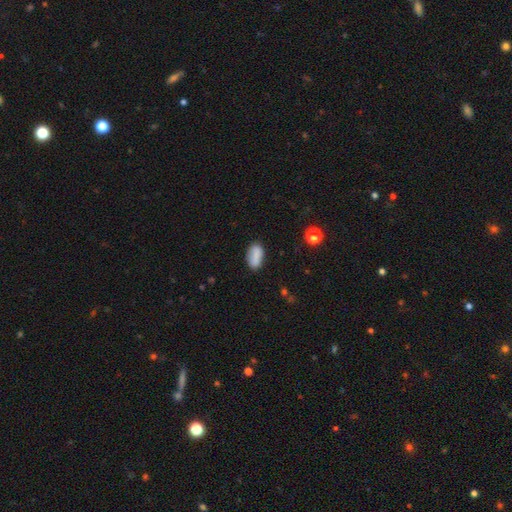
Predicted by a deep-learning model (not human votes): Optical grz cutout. It shows a smooth galaxy with no disk features (84%) that is in between round and cigar-shaped (90%). Merging: none (77%).